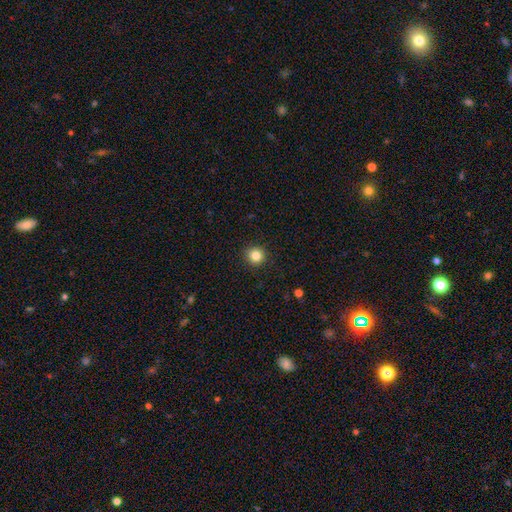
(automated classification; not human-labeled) A smooth galaxy with no disk features (84%) that is round (94%). Merging: none (92%).